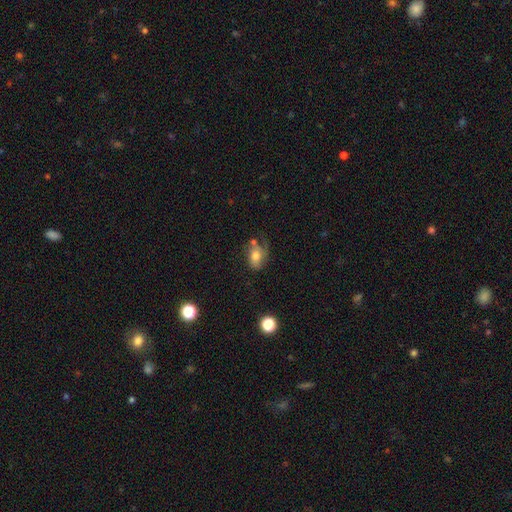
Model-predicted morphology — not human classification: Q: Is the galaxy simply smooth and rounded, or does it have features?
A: smooth — 66%.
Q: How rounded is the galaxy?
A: in between — 76%.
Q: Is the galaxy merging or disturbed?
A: none — 40%.